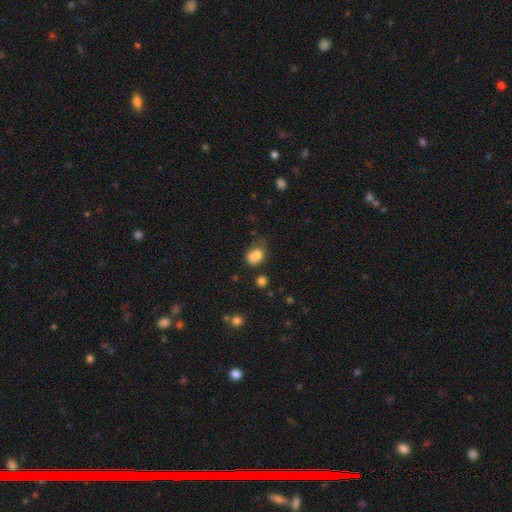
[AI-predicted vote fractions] Smooth or featured? Predicted: smooth (p=0.79). How rounded? Predicted: in between (p=0.57). Merging? Predicted: none (p=0.36).